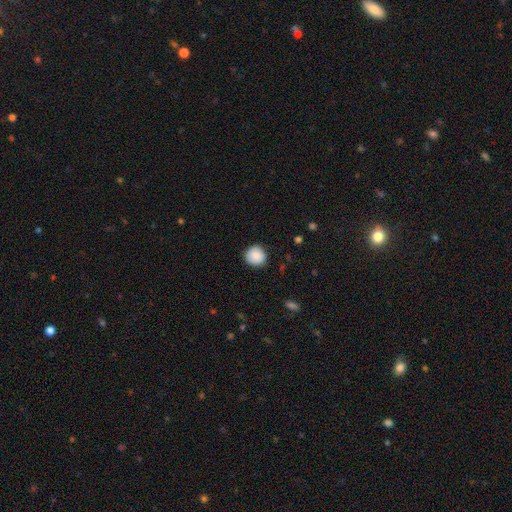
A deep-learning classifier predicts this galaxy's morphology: smooth-or-featured: smooth: 88% | star or artifact: 8% | featured or disk: 5%
  how-rounded: round: 93% | in between: 6% | cigar-shaped: 1%
  merging: none: 89% | minor disturbance: 8% | major disturbance: 2% | merger: 1%